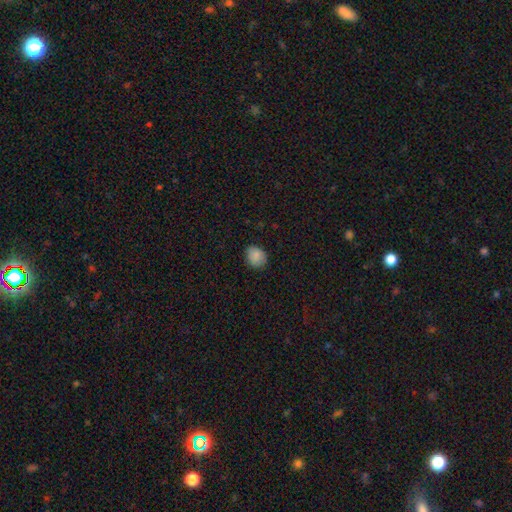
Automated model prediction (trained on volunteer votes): This is clearly a smooth galaxy (85%). How rounded: likely round (64%). Merging: clearly none (83%).